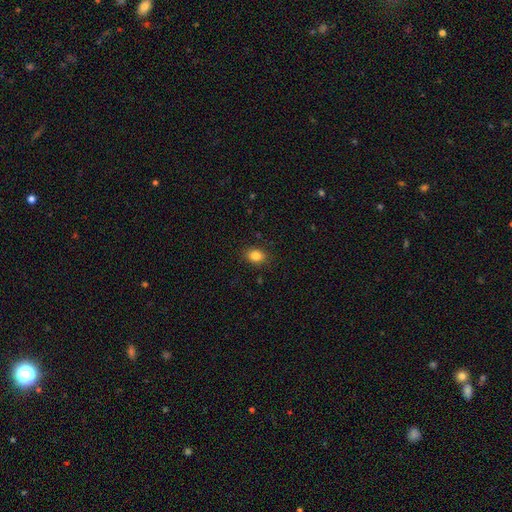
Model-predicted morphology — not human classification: type=smooth (84%); roundness=in between (63%); merging=none (87%).